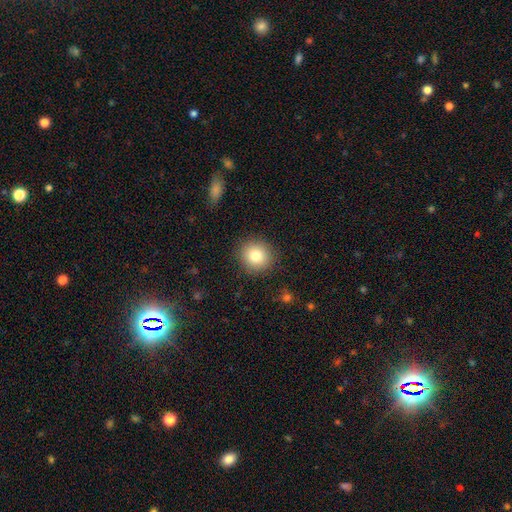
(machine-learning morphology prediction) The model was most divided on "smooth or featured": smooth: 82%, star or artifact: 10%, featured or disk: 8%. More confident: how rounded — round (90%); merging — none (90%).